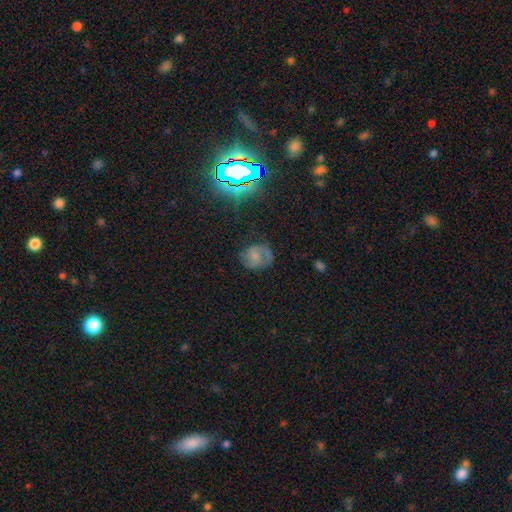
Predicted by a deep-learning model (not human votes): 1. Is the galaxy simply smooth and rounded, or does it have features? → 44% smooth, 42% featured or disk, 14% star or artifact.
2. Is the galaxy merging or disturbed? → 60% none, 23% minor disturbance, 15% major disturbance, 2% merger.